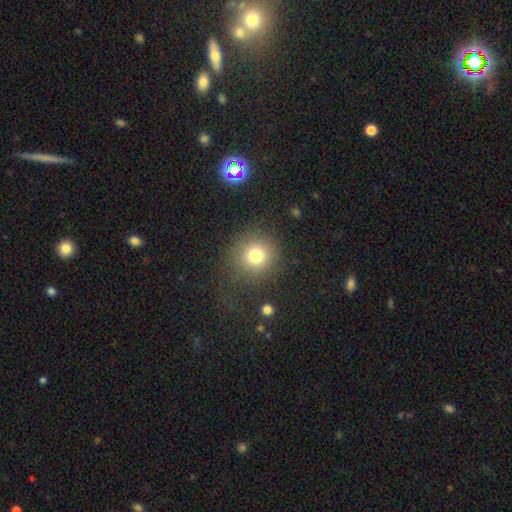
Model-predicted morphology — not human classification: A smooth galaxy with no disk features (76%) that is round (92%). Merging: none (78%).